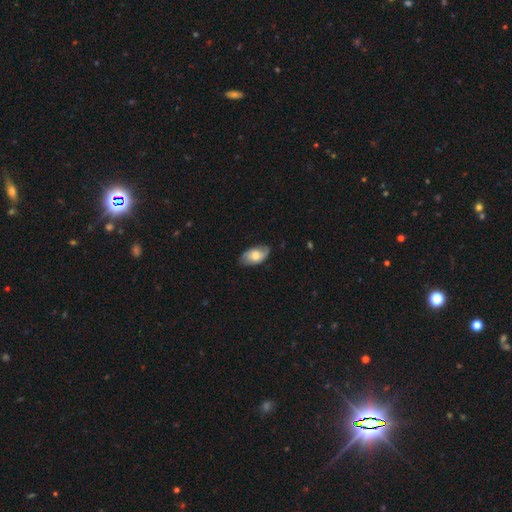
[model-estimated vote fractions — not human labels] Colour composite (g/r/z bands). It shows a smooth galaxy with no disk features (59%) that is in between round and cigar-shaped (94%). Merging: none (77%).